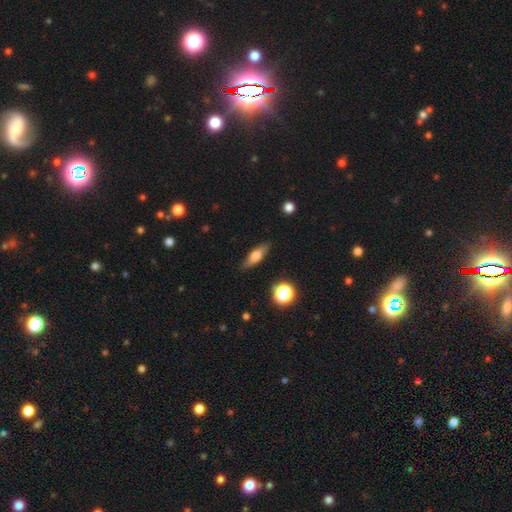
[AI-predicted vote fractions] A smooth galaxy with no disk features (59%) that is cigar-shaped (50%). Merging: none (86%).